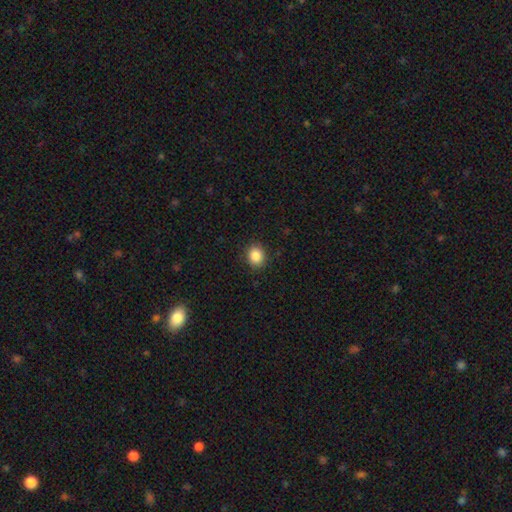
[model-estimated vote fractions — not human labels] Overall: smooth (87%). How rounded: round (66%; in between 33%). Merging: none (89%).